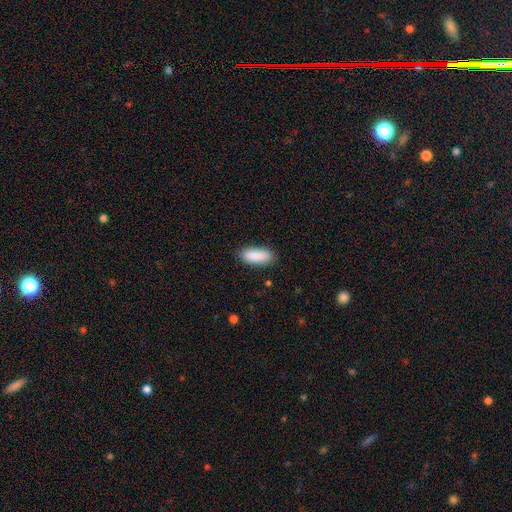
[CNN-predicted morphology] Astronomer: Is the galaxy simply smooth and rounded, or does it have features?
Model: smooth — 89%.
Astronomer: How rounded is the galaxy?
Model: in between — 76%.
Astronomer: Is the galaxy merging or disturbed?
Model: none — 83%.